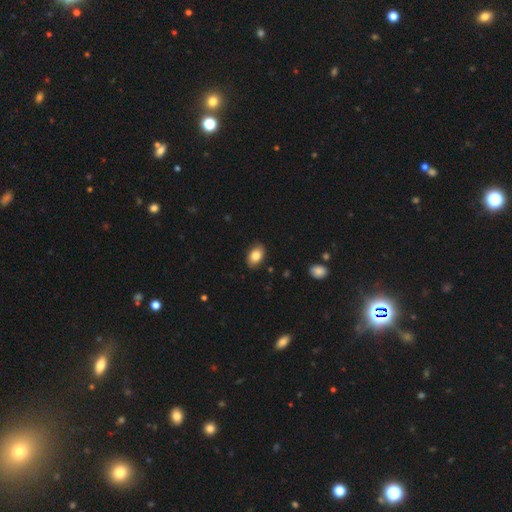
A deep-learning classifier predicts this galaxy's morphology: smooth 84%, featured or disk 9%, star or artifact 7%. Down the decision tree: how rounded — in between (88%); merging — none (86%).